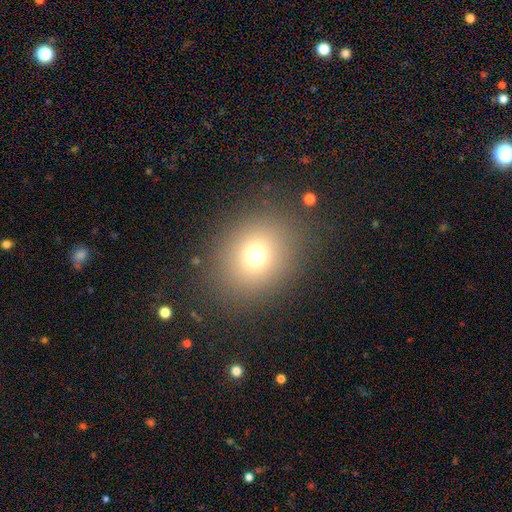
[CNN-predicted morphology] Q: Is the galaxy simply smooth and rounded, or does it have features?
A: smooth — 71%.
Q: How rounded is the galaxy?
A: round — 71%.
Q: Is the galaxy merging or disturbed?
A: none — 85%.